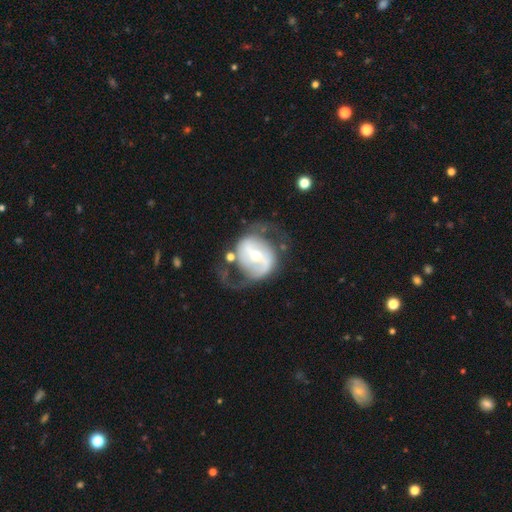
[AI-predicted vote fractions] featured or disk 78%, smooth 16%, star or artifact 6%. Down the decision tree: edge-on disk — no (96%); bar — strong (36%); spiral arms — yes (82%); spiral arm count — 2 (83%); spiral winding — loose (43%); bulge size — small (50%); merging — none (53%).